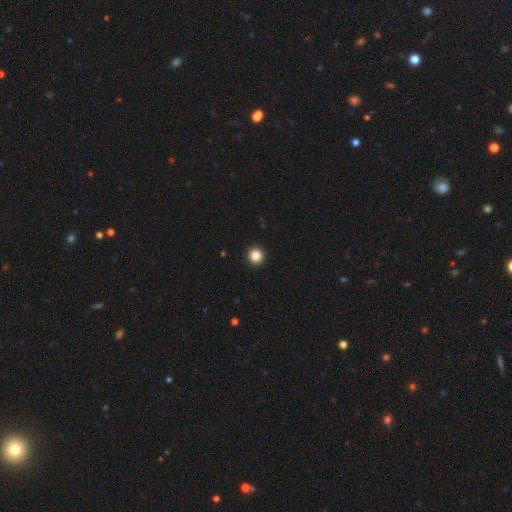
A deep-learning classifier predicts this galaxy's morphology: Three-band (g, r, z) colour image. It shows a smooth galaxy with no disk features (85%) that is round (95%). Merging: none (94%).